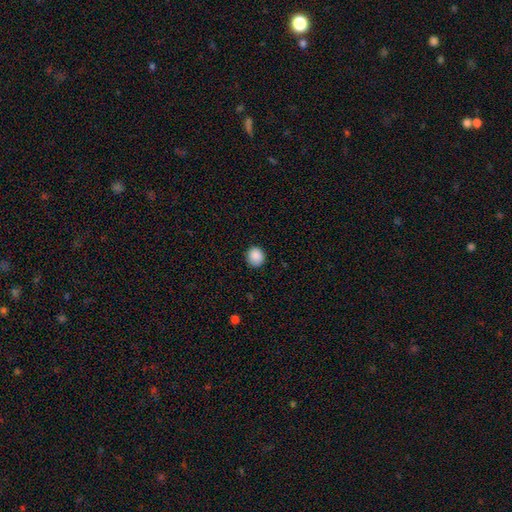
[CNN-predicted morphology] smooth-or-featured: smooth: 89% | star or artifact: 9% | featured or disk: 3%
  how-rounded: round: 87% | in between: 12% | cigar-shaped: 1%
  merging: none: 89% | minor disturbance: 8% | major disturbance: 2% | merger: 1%